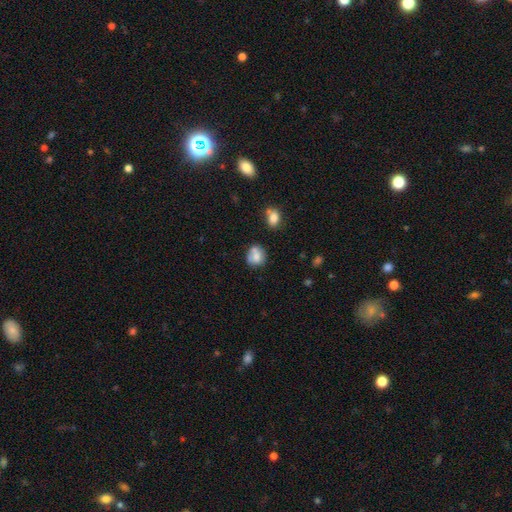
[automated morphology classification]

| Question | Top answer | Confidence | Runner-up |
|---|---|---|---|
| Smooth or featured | smooth | 70% | featured or disk (21%) |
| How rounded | round | 68% | in between (31%) |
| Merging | none | 49% | merger (23%) |